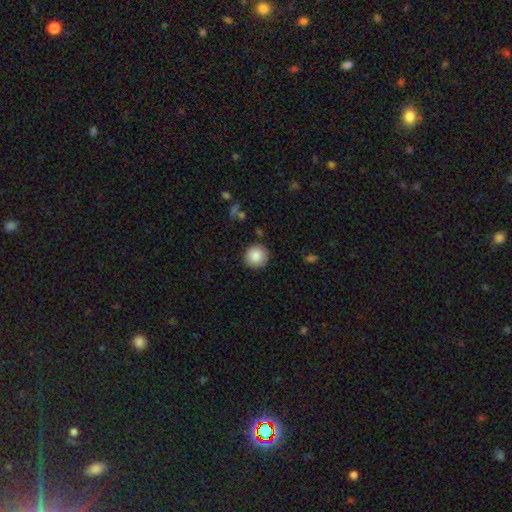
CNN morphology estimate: smooth-or-featured: smooth: 86% | star or artifact: 8% | featured or disk: 6%
  how-rounded: round: 95% | in between: 4% | cigar-shaped: 1%
  merging: none: 90% | minor disturbance: 7% | major disturbance: 2% | merger: 1%